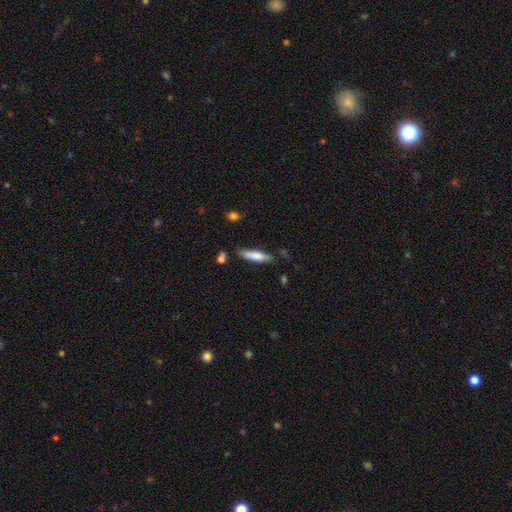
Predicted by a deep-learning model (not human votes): Smooth or featured: smooth — 77% (featured or disk — 18%)
How rounded: cigar-shaped — 77% (in between — 21%)
Merging: none — 77% (minor disturbance — 16%)